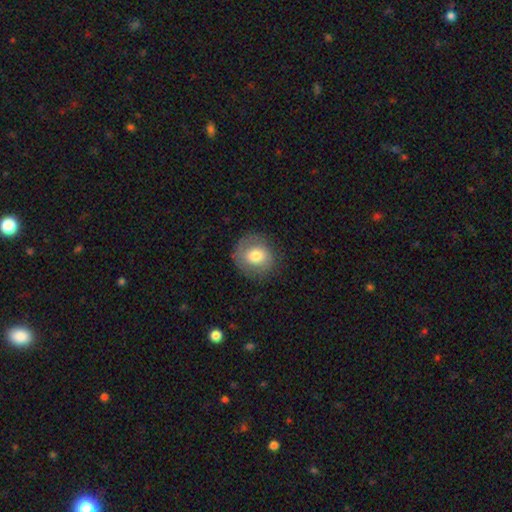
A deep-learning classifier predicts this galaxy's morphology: Overall: smooth (62%; featured or disk 30%). How rounded: round (86%). Merging: none (78%).